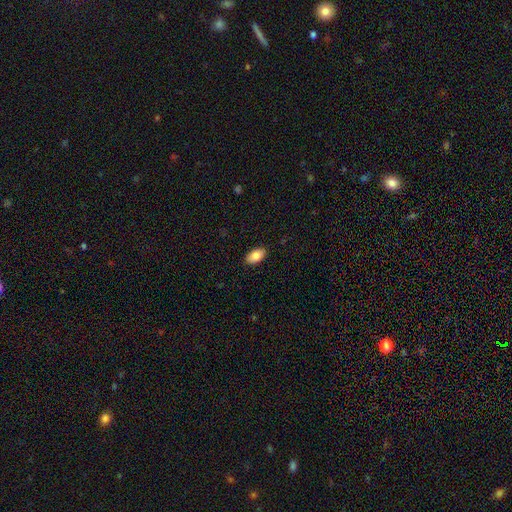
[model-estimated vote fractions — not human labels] Smooth or featured? Predicted: smooth (p=0.84). How rounded? Predicted: in between (p=0.93). Merging? Predicted: none (p=0.89).